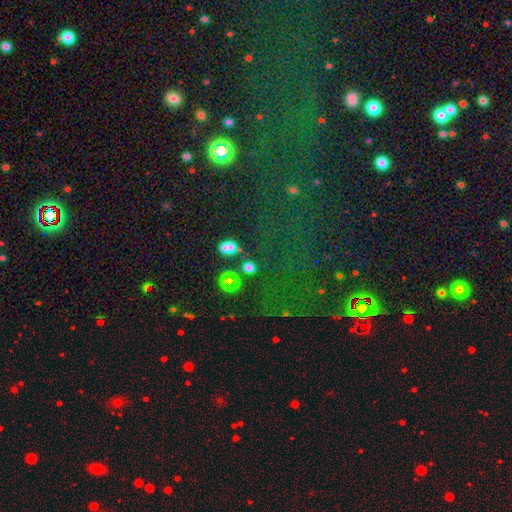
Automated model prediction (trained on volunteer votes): Smooth or featured?
  - star or artifact: 73% *
  - smooth: 17%
  - featured or disk: 9%